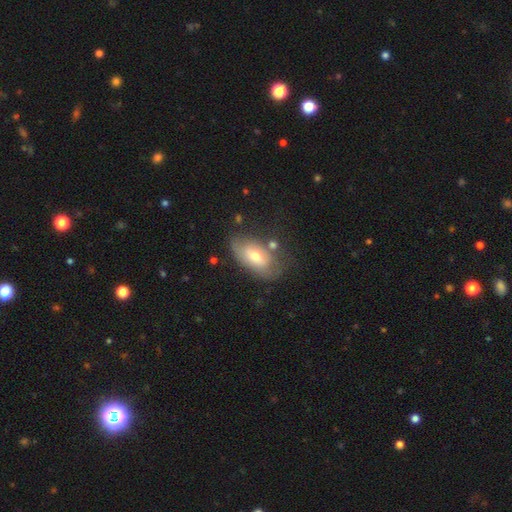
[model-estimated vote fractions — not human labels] Morphology: type=smooth (55%); roundness=in between (90%); merging=none (53%).